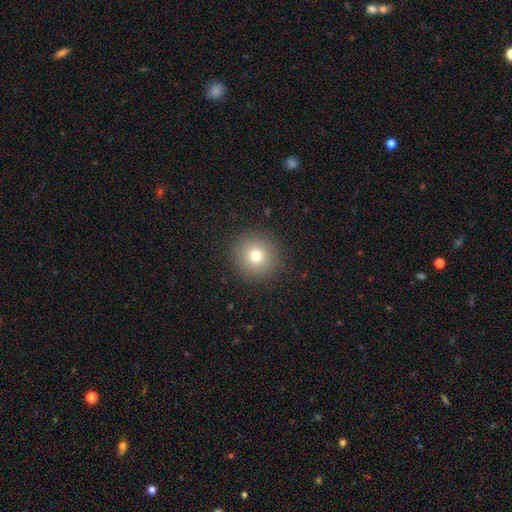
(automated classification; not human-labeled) This is likely a smooth galaxy (75%). How rounded: clearly round (93%). Merging: clearly none (90%).